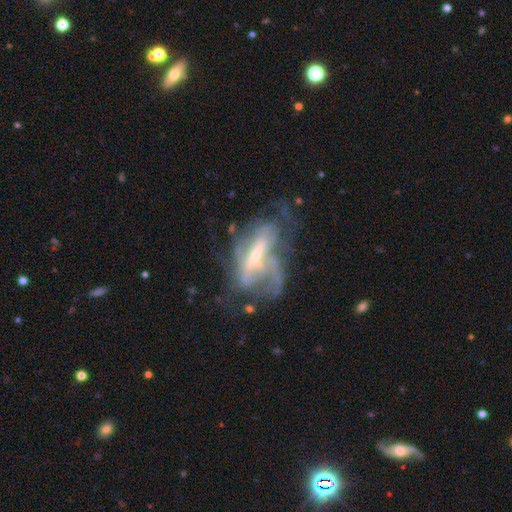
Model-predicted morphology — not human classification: Overall: featured or disk (73%). Edge-on disk: no (88%). Bar: weak (34%, tied with strong). Spiral arms: yes (60%; no 40%). Bulge size: small (58%; moderate 25%). Merging: major disturbance (39%; none 34%).